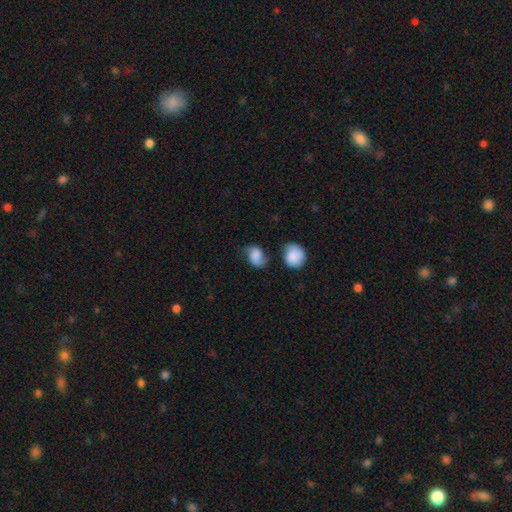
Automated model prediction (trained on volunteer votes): Smooth or featured? Predicted: smooth (p=0.63). How rounded? Predicted: in between (p=0.64). Merging? Predicted: none (p=0.47).